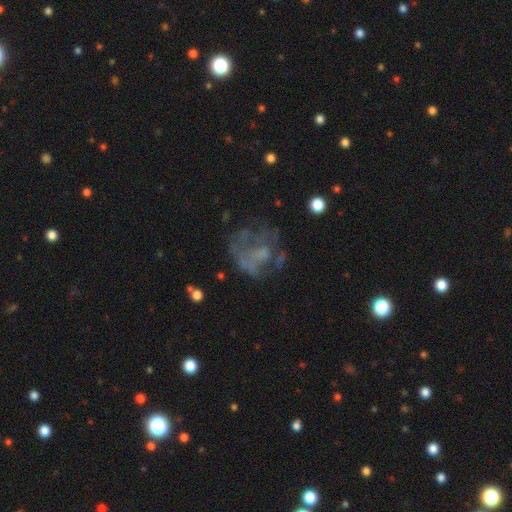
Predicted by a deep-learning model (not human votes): This is possibly a featured or disk galaxy (54%). It is clearly not viewed edge-on (97%). Bar: clearly no (86%). Spiral arm pattern: likely no (79%). Central bulge: likely none (62%). Merging: marginally none (45%).